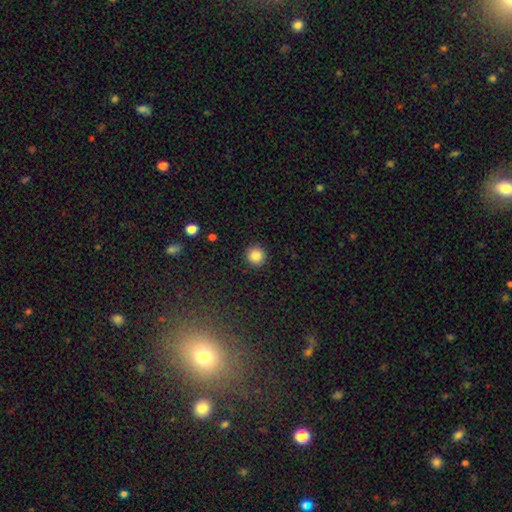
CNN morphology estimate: This is clearly a smooth galaxy (86%). How rounded: clearly round (93%). Merging: clearly none (92%).